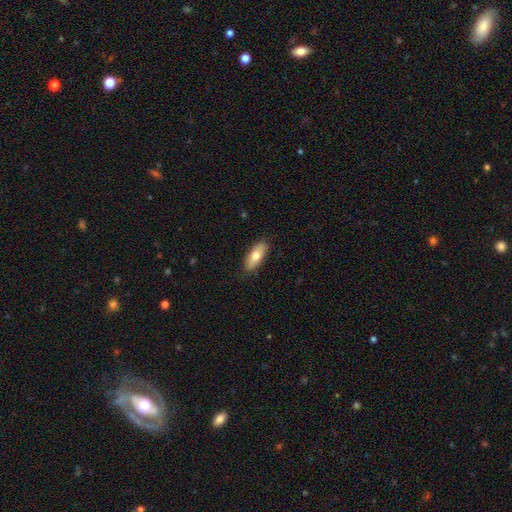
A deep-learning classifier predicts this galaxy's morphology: smooth-or-featured: smooth: 74% | featured or disk: 21% | star or artifact: 6%
  how-rounded: in between: 76% | cigar-shaped: 21% | round: 2%
  merging: none: 86% | minor disturbance: 11% | major disturbance: 2% | merger: 1%